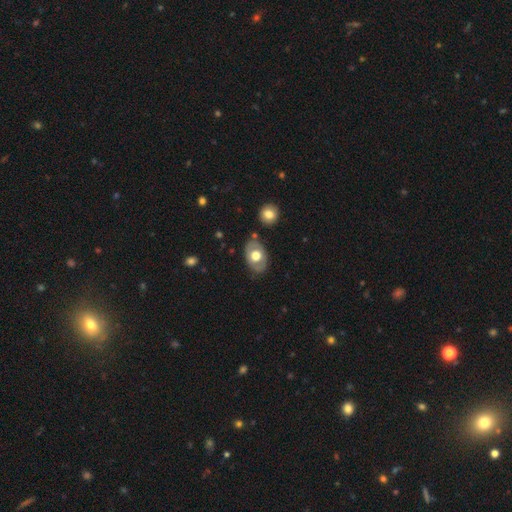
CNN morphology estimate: Smooth or featured: smooth — 52% (featured or disk — 42%)
How rounded: in between — 79% (round — 20%)
Merging: none — 77% (minor disturbance — 14%)